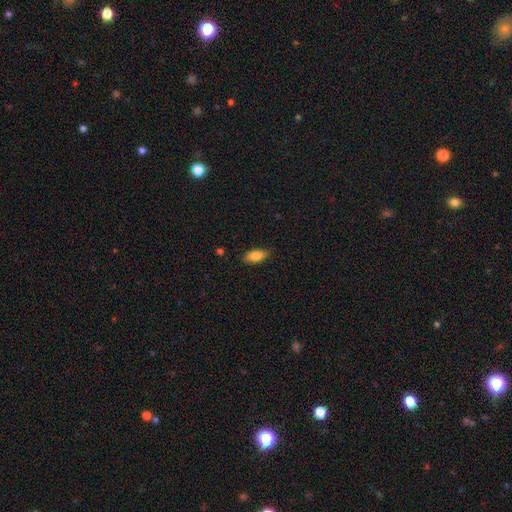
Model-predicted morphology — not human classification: Overall: smooth (83%). How rounded: in between (88%). Merging: none (85%).